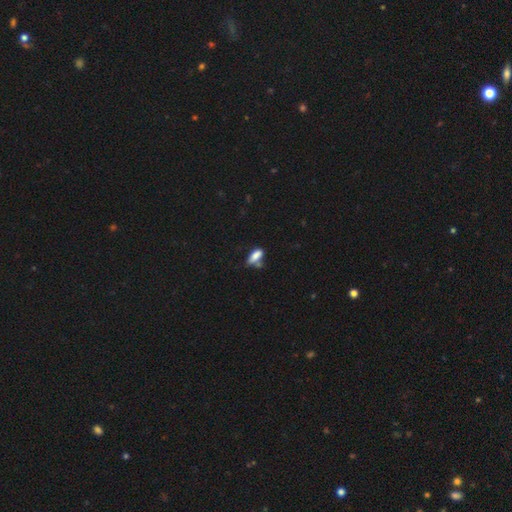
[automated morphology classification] Overall: smooth (78%). How rounded: in between (80%). Merging: none (44%; minor disturbance 26%).